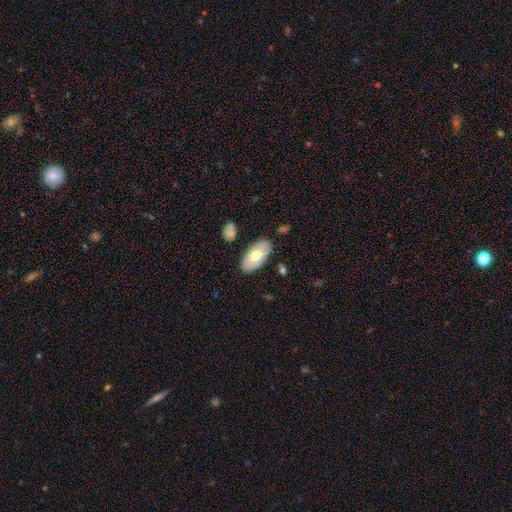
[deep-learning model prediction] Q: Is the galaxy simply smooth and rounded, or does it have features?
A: smooth — 62%.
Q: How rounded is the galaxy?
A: in between — 94%.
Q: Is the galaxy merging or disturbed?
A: none — 84%.